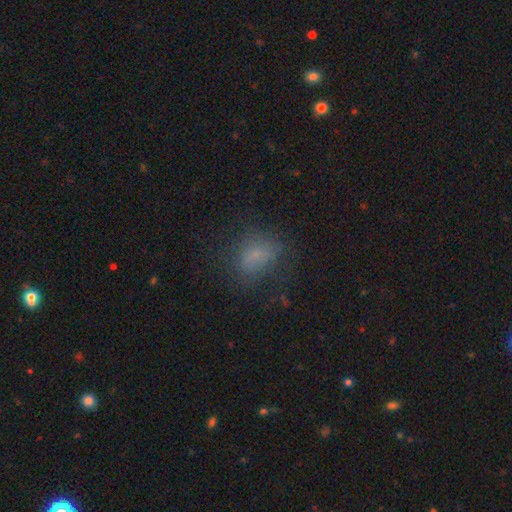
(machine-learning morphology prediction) Smooth or featured: smooth — 71% (star or artifact — 16%)
How rounded: in between — 67% (round — 31%)
Merging: none — 63% (minor disturbance — 21%)